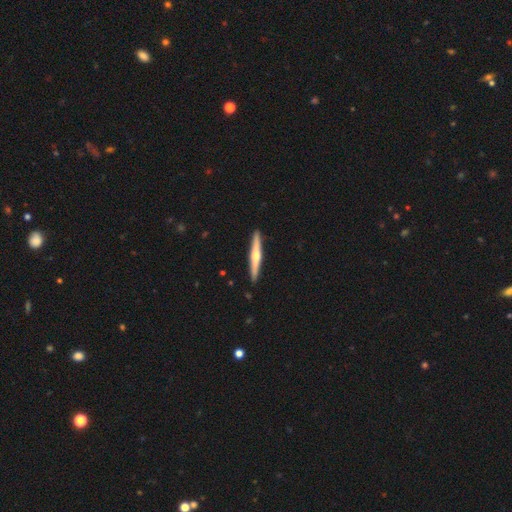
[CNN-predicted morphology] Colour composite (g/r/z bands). It shows a featured or disk galaxy (61%) viewed edge-on (98%) with a rounded central bulge (87%). Merging: none (92%).